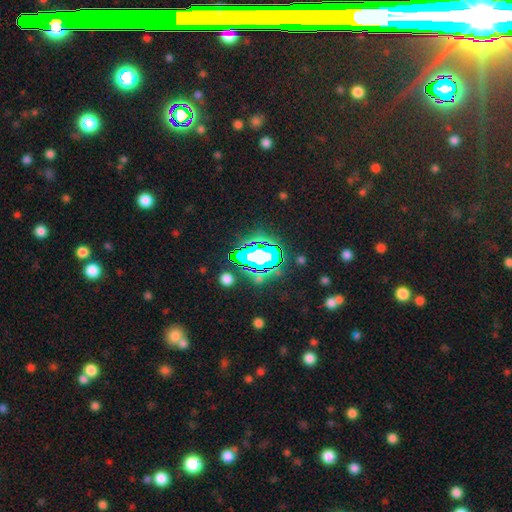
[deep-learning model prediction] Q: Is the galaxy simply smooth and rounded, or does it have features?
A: star or artifact — 75%.